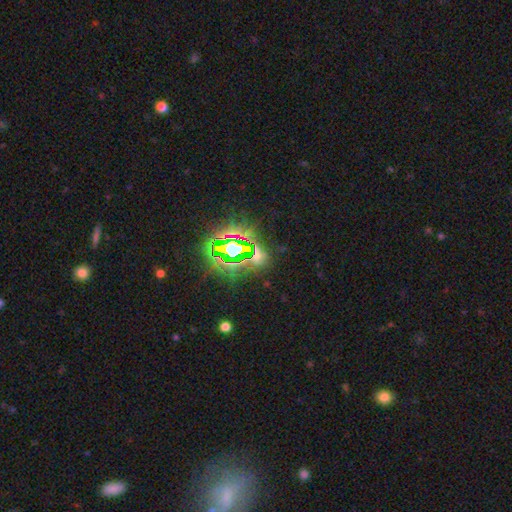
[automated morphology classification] Smooth or featured? Predicted: star or artifact (p=0.77).